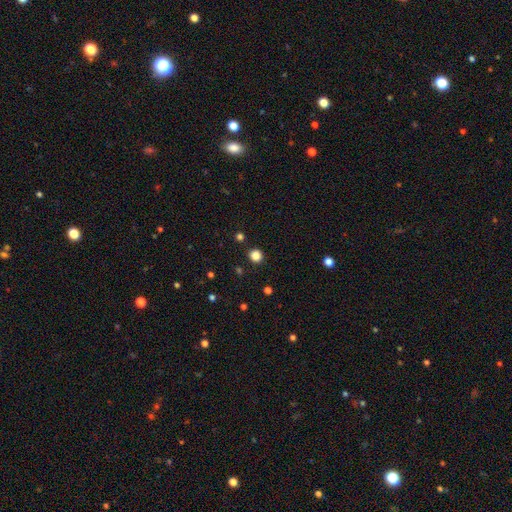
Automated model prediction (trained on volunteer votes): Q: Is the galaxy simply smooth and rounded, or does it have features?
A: smooth — 84%.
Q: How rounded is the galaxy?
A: round — 92%.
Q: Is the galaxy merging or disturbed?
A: none — 91%.